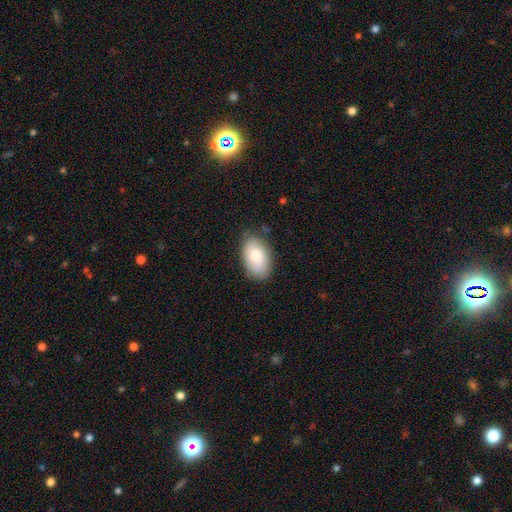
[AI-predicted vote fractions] smooth_or_featured: smooth (p=0.82) [alt: featured or disk p=0.12]
how_rounded: in between (p=0.93) [alt: round p=0.05]
merging: none (p=0.78) [alt: minor disturbance p=0.17]